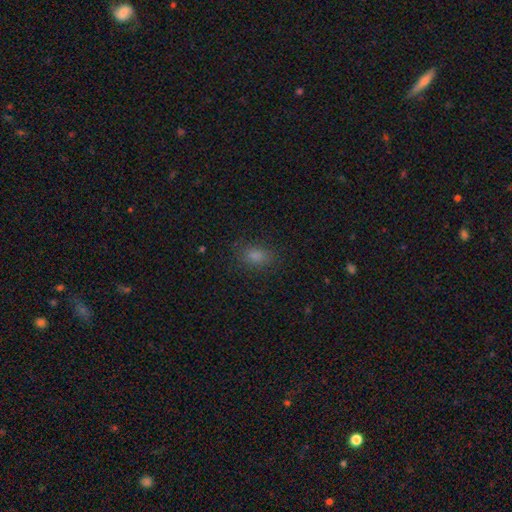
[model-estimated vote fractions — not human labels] Smooth or featured? Predicted: smooth (p=0.75). How rounded? Predicted: in between (p=0.77). Merging? Predicted: none (p=0.84).